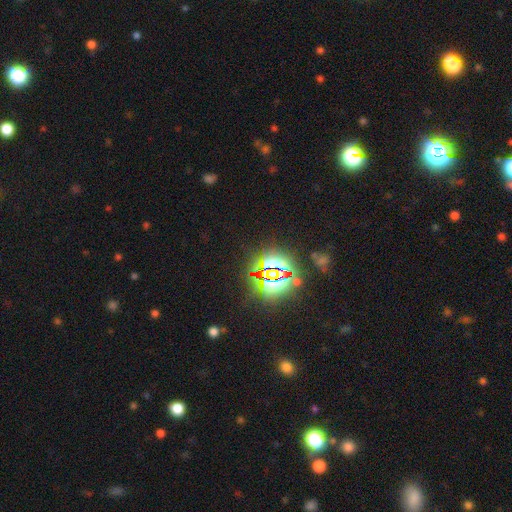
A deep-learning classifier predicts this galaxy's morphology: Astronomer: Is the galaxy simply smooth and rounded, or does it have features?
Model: star or artifact — 83%.